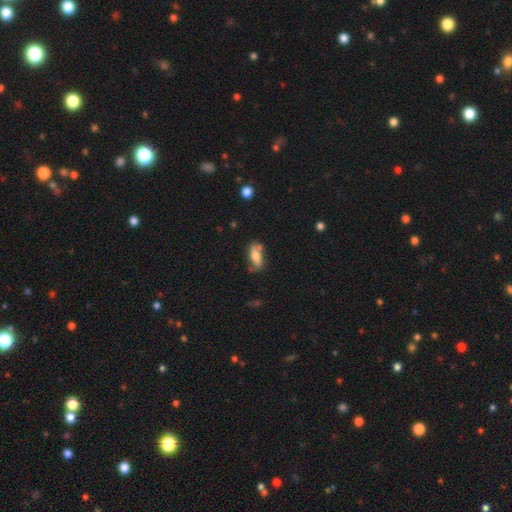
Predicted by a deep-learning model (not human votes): smooth_or_featured: smooth (p=0.61) [alt: featured or disk p=0.31]
how_rounded: in between (p=0.76) [alt: cigar-shaped p=0.20]
merging: none (p=0.65) [alt: minor disturbance p=0.21]